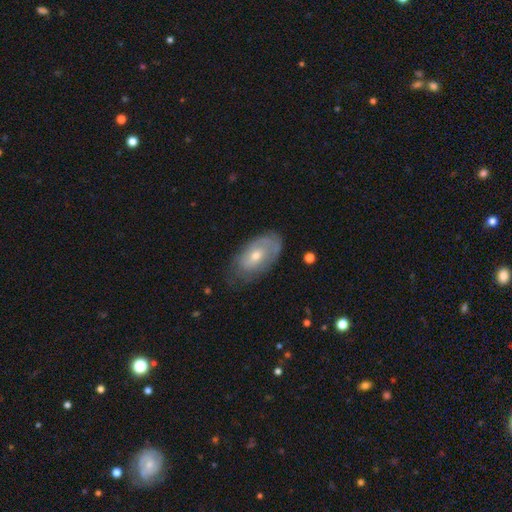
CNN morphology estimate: Smooth or featured? featured or disk (53%)
Edge-on disk? no (90%)
Merging? none (66%)